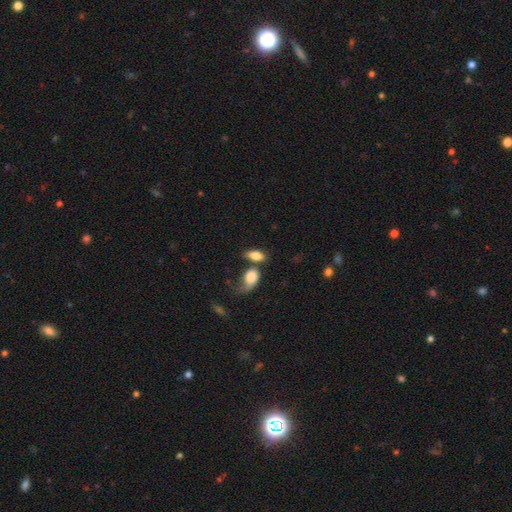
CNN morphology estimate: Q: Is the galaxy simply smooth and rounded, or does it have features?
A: smooth — 80%.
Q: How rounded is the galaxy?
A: in between — 86%.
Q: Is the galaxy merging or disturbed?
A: merger — 36%, tied with none.